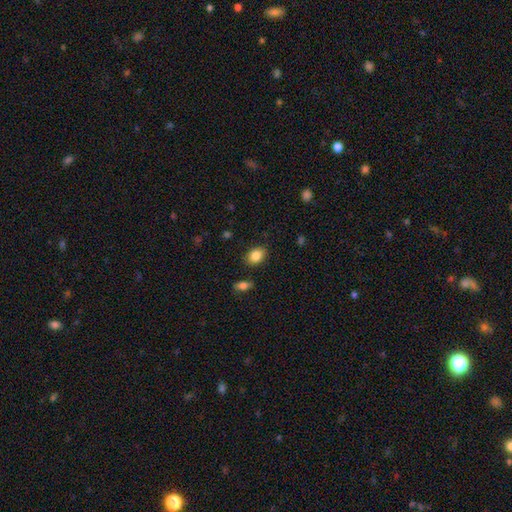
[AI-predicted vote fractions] A smooth galaxy with no disk features (85%) that is in between round and cigar-shaped (73%). Merging: none (85%).